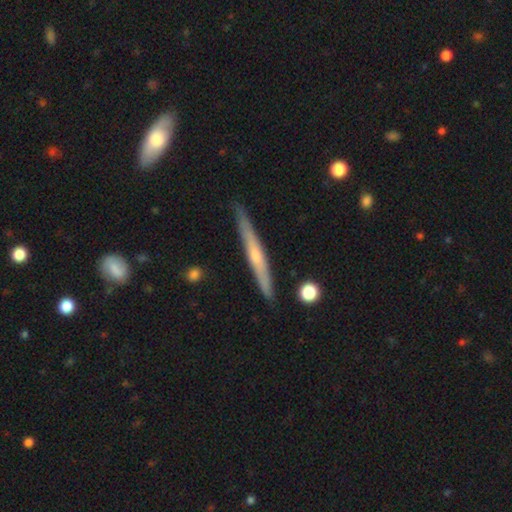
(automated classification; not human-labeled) This appears to be a featured or disk galaxy (61%) viewed edge-on (96%) with a rounded central bulge (57%). Merging: none (88%).